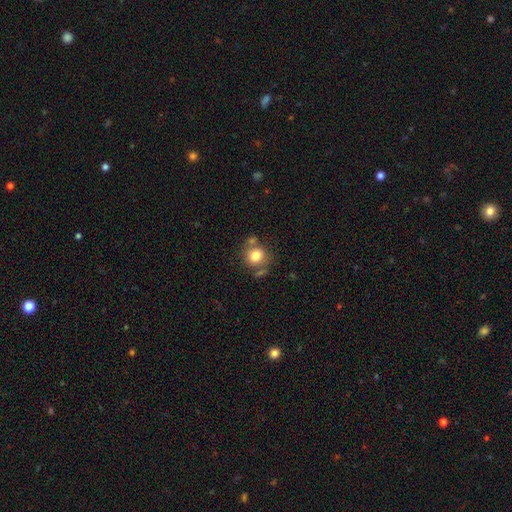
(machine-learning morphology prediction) smooth 79%, featured or disk 11%, star or artifact 10%. Down the decision tree: how rounded — round (80%); merging — none (61%).